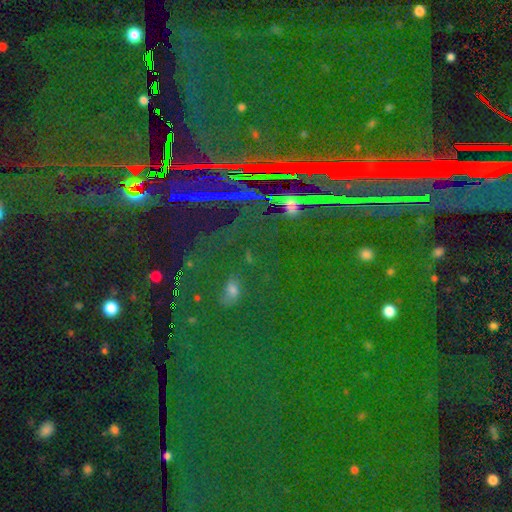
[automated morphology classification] Smooth or featured? Predicted: star or artifact (p=0.86).